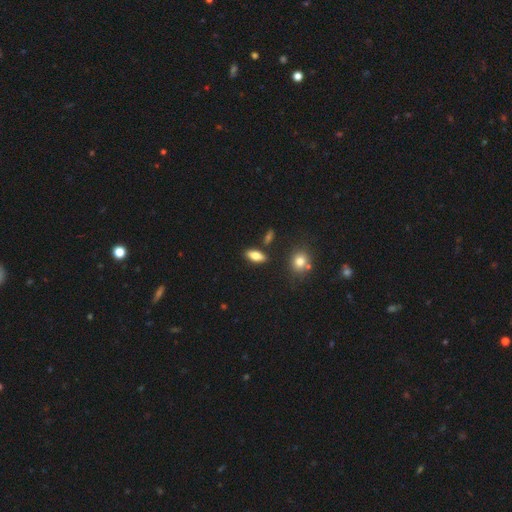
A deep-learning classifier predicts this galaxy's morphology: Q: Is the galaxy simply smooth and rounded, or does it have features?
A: smooth — 74%.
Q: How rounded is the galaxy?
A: in between — 82%.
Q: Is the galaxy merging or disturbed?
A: none — 83%.